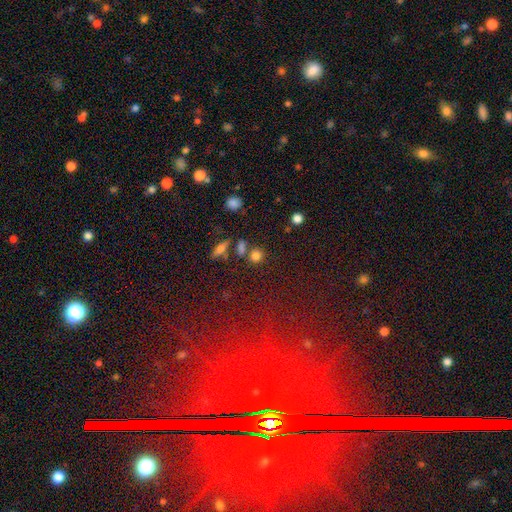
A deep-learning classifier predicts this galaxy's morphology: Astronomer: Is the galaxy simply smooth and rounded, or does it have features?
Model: smooth — 78%.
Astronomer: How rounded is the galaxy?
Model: round — 82%.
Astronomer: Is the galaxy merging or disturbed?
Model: none — 72%.